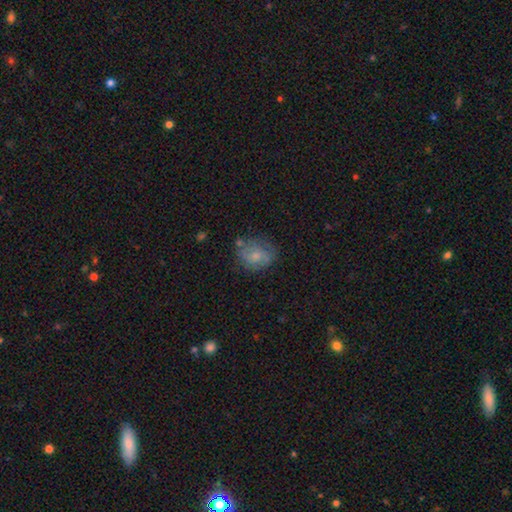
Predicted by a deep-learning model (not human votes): Overall: smooth (62%; featured or disk 29%). How rounded: round (56%; in between 43%). Merging: none (59%; minor disturbance 25%).